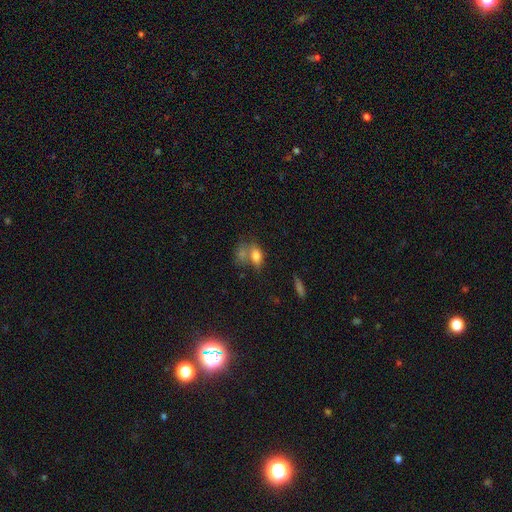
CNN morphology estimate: Overall: smooth (76%). How rounded: in between (80%). Merging: merger (41%; none 33%).